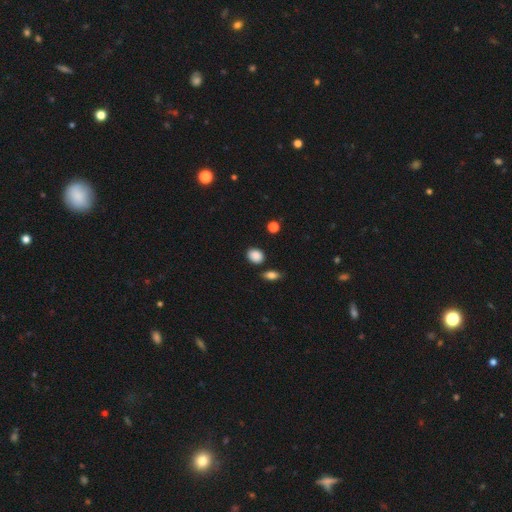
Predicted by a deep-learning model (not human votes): smooth 87%, star or artifact 9%, featured or disk 4%. Down the decision tree: how rounded — in between (50%); merging — none (82%).